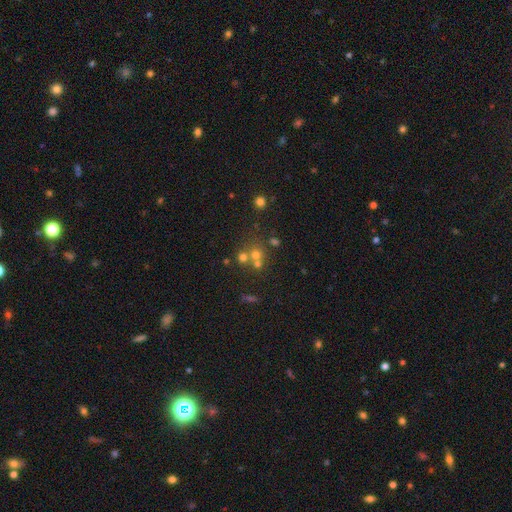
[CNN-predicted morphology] This appears to be a smooth galaxy with no disk features (49%). Merging: none (47%).